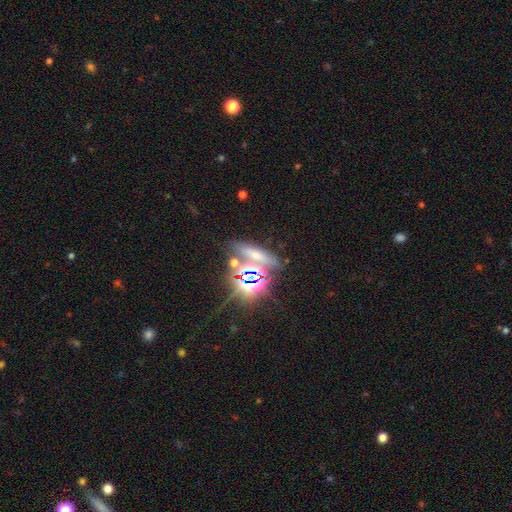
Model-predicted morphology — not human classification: The model was most divided on "smooth or featured": star or artifact: 43%, smooth: 41%, featured or disk: 16%.